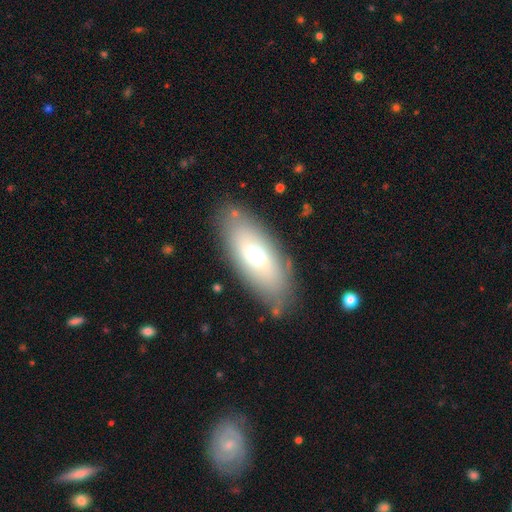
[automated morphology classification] This is likely a smooth galaxy (61%). How rounded: clearly in between (82%). Merging: likely none (80%).